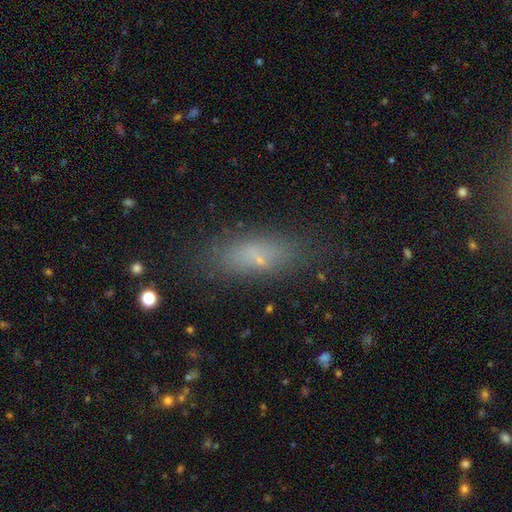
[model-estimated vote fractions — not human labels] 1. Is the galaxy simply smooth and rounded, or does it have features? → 70% smooth, 17% featured or disk, 13% star or artifact.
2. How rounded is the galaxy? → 60% in between, 36% cigar-shaped, 4% round.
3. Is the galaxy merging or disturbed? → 78% none, 14% minor disturbance, 5% major disturbance, 2% merger.